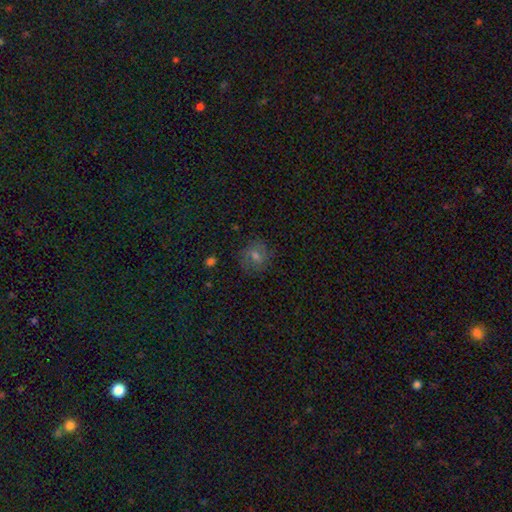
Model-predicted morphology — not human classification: Smooth or featured? smooth (47%)
Merging? none (81%)